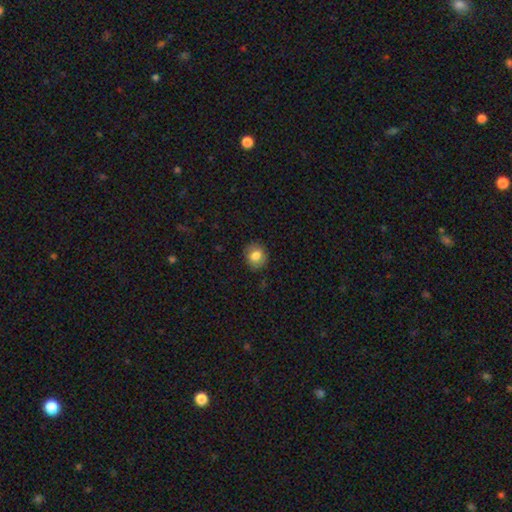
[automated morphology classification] type=smooth (80%); roundness=round (76%); merging=none (86%).